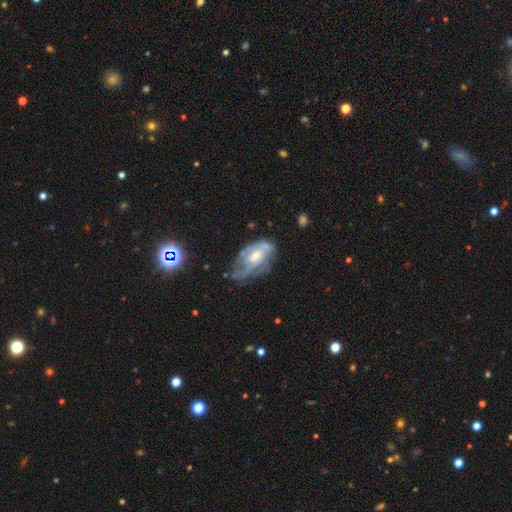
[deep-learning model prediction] A featured or disk galaxy (72%) with no bar (60%), tight (43%) spiral arms (76%) and a moderate central bulge (52%). Merging: none (45%).